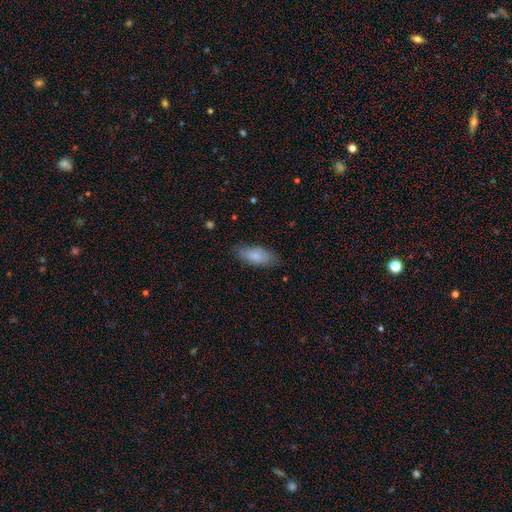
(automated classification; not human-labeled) This appears to be a smooth galaxy with no disk features (83%) that is in between round and cigar-shaped (84%). Merging: none (79%).